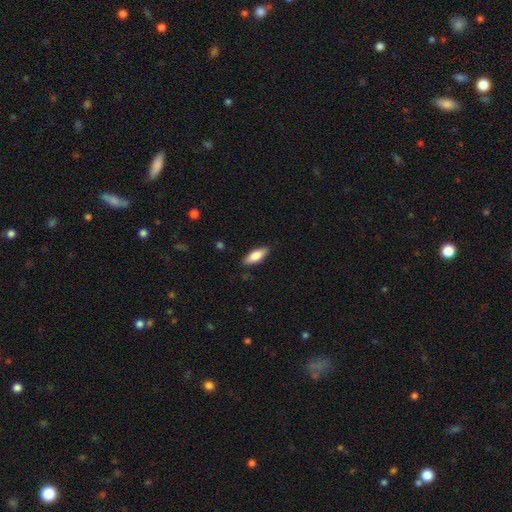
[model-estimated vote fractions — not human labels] This is likely a smooth galaxy (79%). How rounded: likely in between (72%). Merging: clearly none (86%).